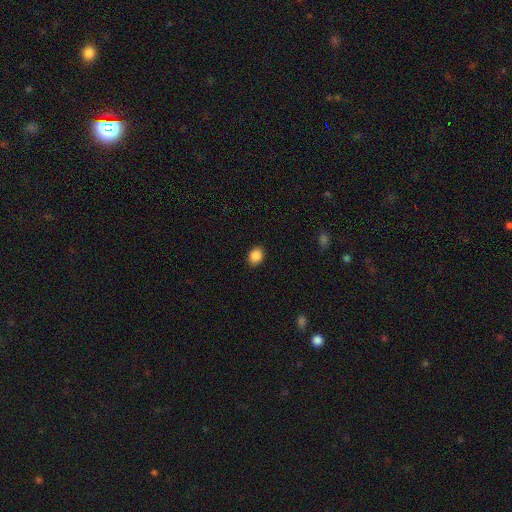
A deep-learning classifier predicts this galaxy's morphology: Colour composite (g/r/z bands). It shows a smooth galaxy with no disk features (88%) that is in between round and cigar-shaped (55%). Merging: none (89%).